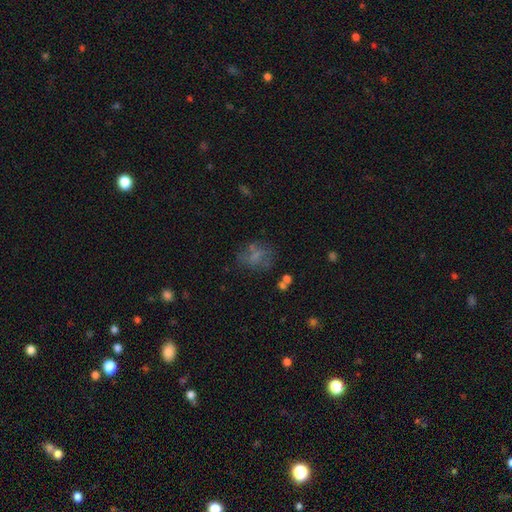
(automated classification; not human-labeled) smooth 51%, featured or disk 30%, star or artifact 19%. Down the decision tree: how rounded — in between (54%); merging — none (56%).